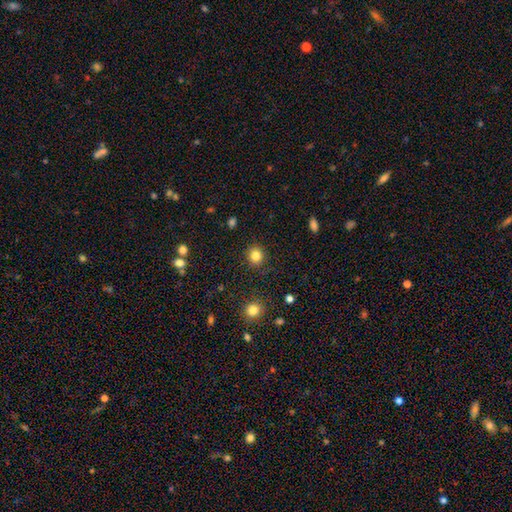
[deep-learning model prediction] Overall: smooth (83%). How rounded: round (88%). Merging: none (88%).